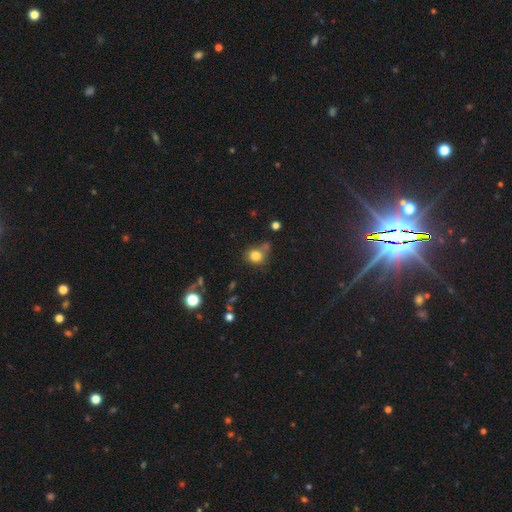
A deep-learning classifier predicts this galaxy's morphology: smooth_or_featured: smooth (p=0.80) [alt: star or artifact p=0.12]
how_rounded: round (p=0.78) [alt: in between p=0.21]
merging: none (p=0.58) [alt: merger p=0.19]